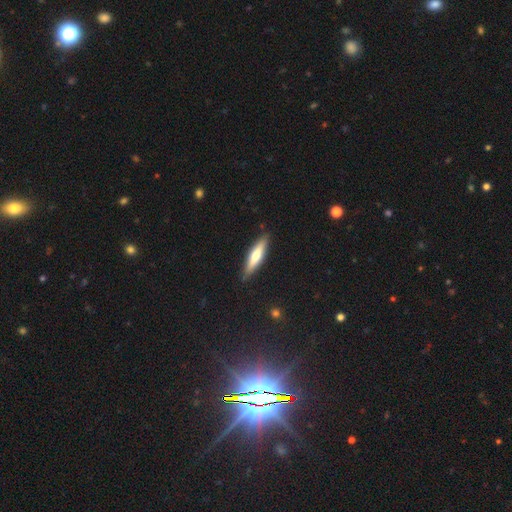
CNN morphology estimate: This appears to be a smooth galaxy with no disk features (56%) that is cigar-shaped (76%). Merging: none (87%).